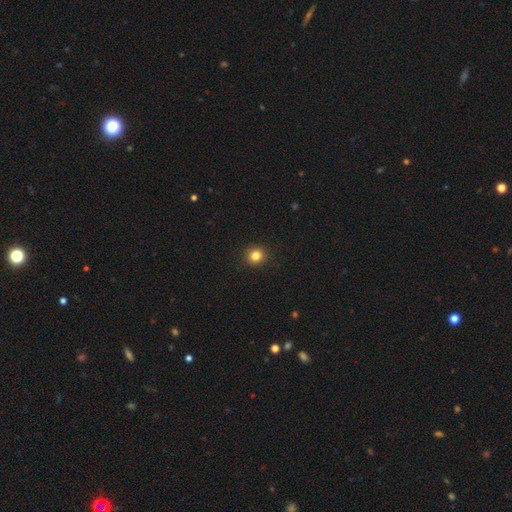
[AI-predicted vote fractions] smooth_or_featured: smooth (p=0.82) [alt: star or artifact p=0.13]
how_rounded: round (p=0.90) [alt: in between p=0.09]
merging: none (p=0.92) [alt: minor disturbance p=0.05]